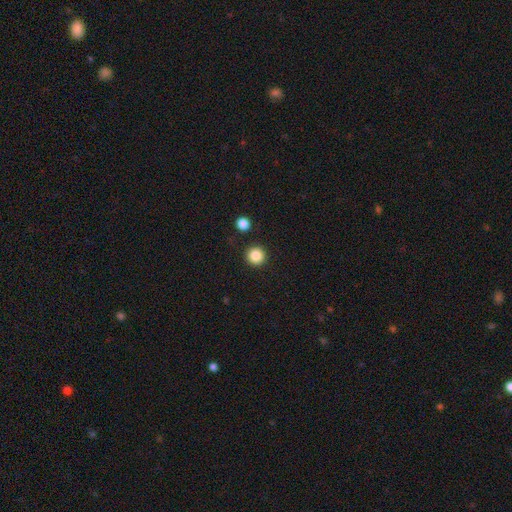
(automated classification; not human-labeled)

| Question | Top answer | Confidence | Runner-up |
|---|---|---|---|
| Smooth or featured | smooth | 86% | star or artifact (10%) |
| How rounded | round | 95% | in between (4%) |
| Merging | none | 91% | minor disturbance (5%) |